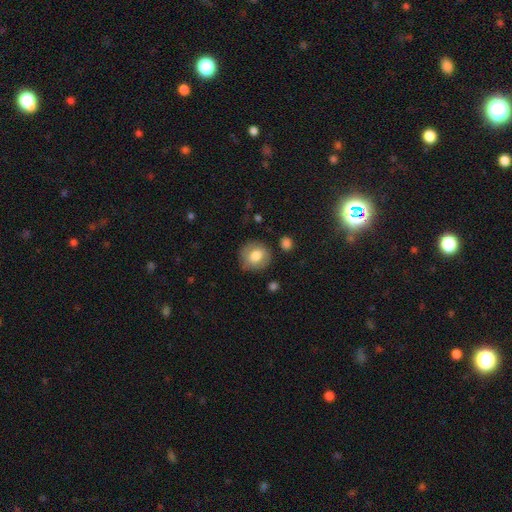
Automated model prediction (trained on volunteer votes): Smooth or featured? smooth (74%)
How rounded? round (86%)
Merging? none (79%)